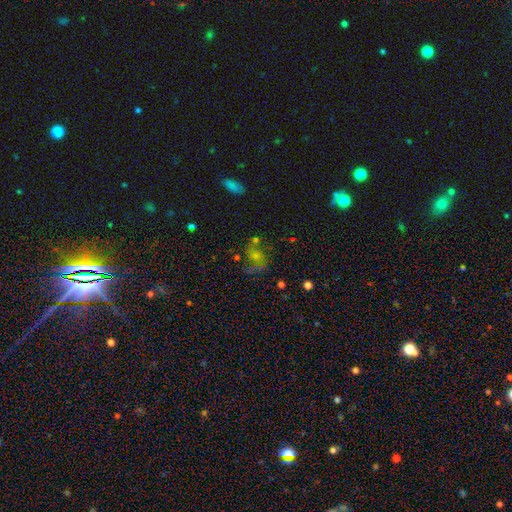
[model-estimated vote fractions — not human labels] The model was most divided on "smooth or featured": featured or disk: 47%, star or artifact: 28%, smooth: 24%. More confident: merging — none (54%).